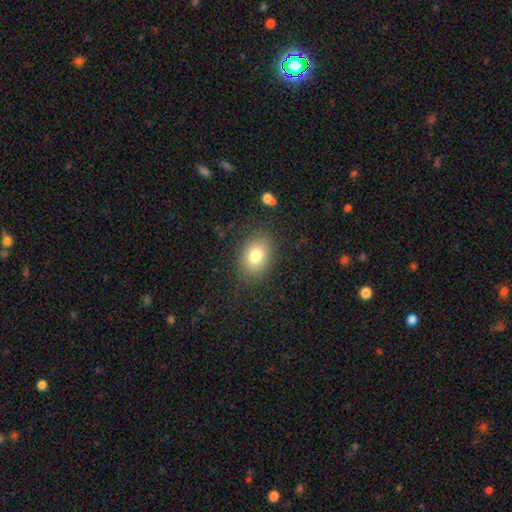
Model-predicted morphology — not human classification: smooth-or-featured: smooth: 79% | featured or disk: 11% | star or artifact: 11%
  how-rounded: in between: 62% | round: 37% | cigar-shaped: 1%
  merging: none: 83% | minor disturbance: 11% | major disturbance: 4% | merger: 1%